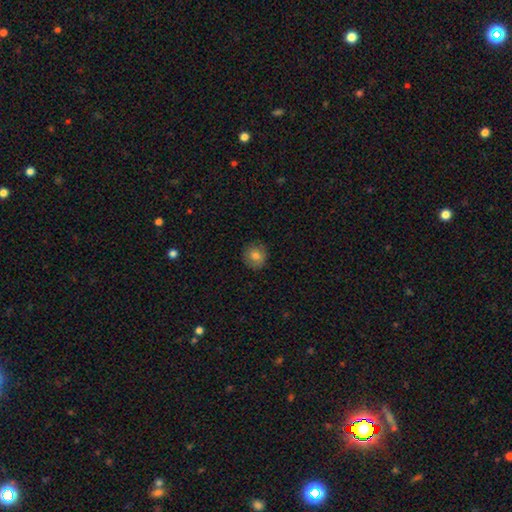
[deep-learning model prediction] Overall: smooth (80%). How rounded: round (90%). Merging: none (86%).